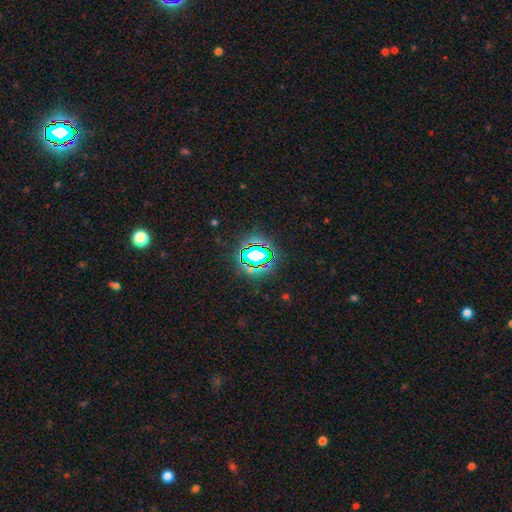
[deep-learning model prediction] This appears to be a star or artifact, not a galaxy (70%).